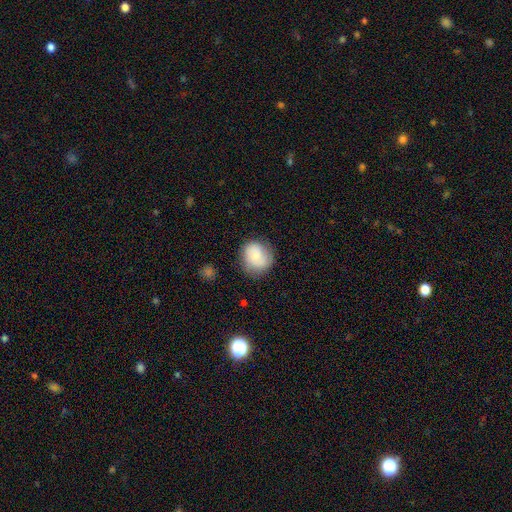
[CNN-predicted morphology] The model was most divided on "how rounded": round: 72%, in between: 27%, cigar-shaped: 1%. More confident: smooth or featured — smooth (75%); merging — none (70%).